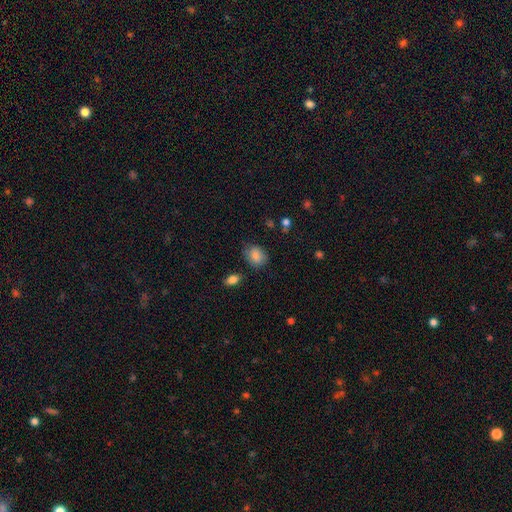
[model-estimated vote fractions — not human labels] Overall: smooth (84%). How rounded: in between (54%; round 45%). Merging: none (77%).